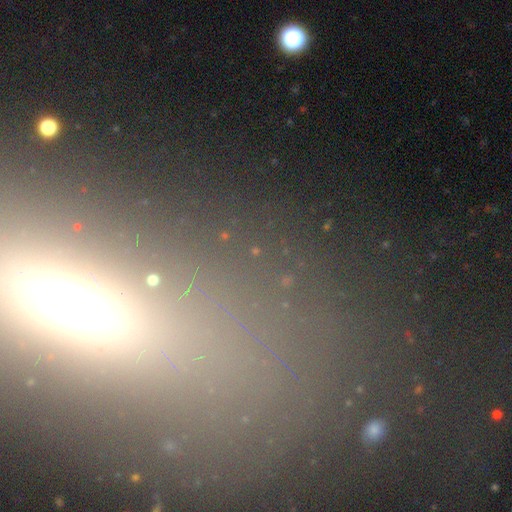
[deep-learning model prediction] Morphology: type=star or artifact (48%).